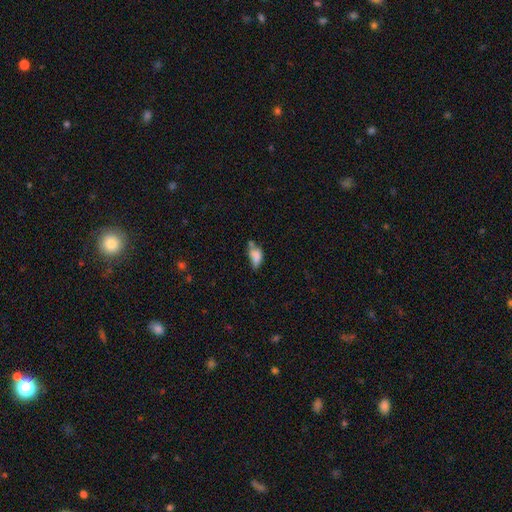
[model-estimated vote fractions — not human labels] Smooth or featured: smooth — 73% (featured or disk — 16%)
How rounded: in between — 86% (round — 7%)
Merging: minor disturbance — 29% (tied with none — 29%)